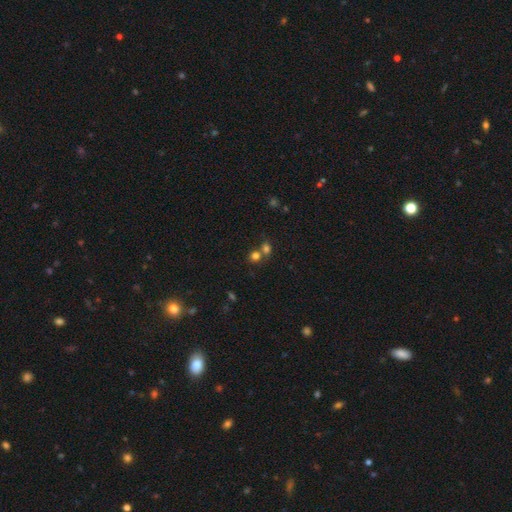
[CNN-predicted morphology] The model was most divided on "merging": none: 46%, merger: 44%, minor disturbance: 7%, major disturbance: 3%. More confident: how rounded — round (81%); smooth or featured — smooth (73%).